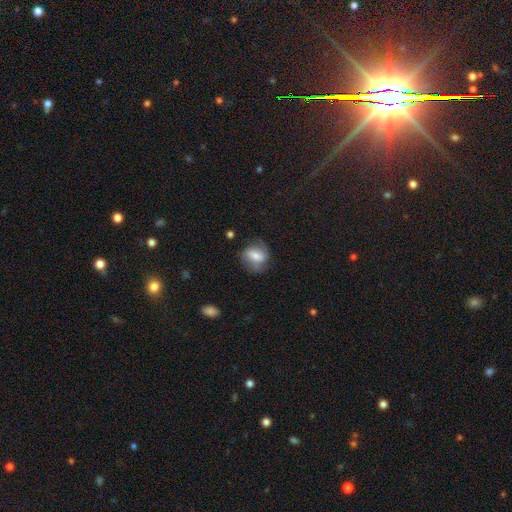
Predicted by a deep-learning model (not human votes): A featured or disk galaxy (49%).

Vote fractions:
- Smooth or featured? featured or disk: 49% / smooth: 42% / star or artifact: 9%
- Merging? none: 65% / minor disturbance: 22% / major disturbance: 11% / merger: 2%